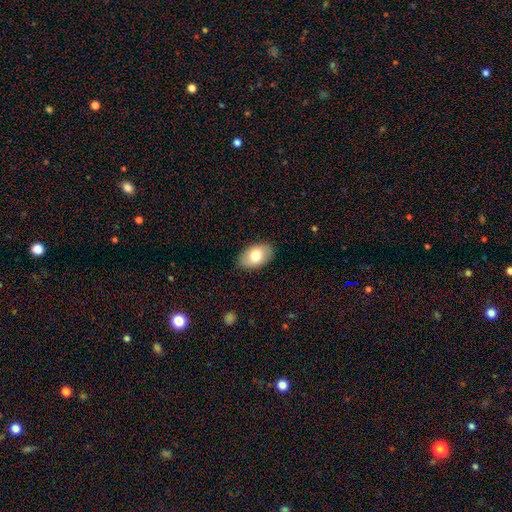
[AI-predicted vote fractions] Smooth or featured?
  - smooth: 74% *
  - featured or disk: 19%
  - star or artifact: 6%
How rounded?
  - in between: 91% *
  - round: 8%
  - cigar-shaped: 1%
Merging?
  - none: 86% *
  - minor disturbance: 11%
  - major disturbance: 2%
  - merger: 1%